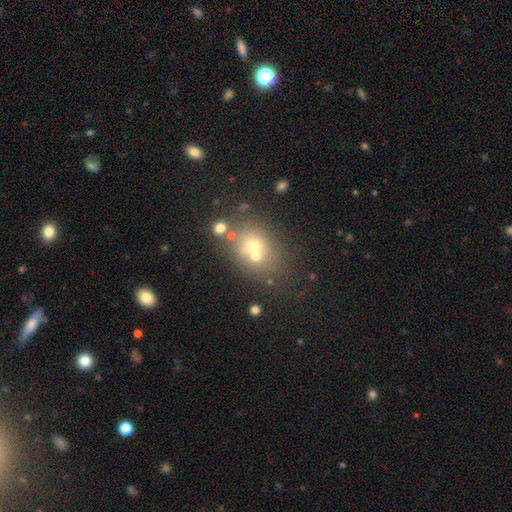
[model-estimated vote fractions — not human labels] This is possibly a smooth galaxy (59%). How rounded: possibly round (60%). Merging: possibly none (45%).